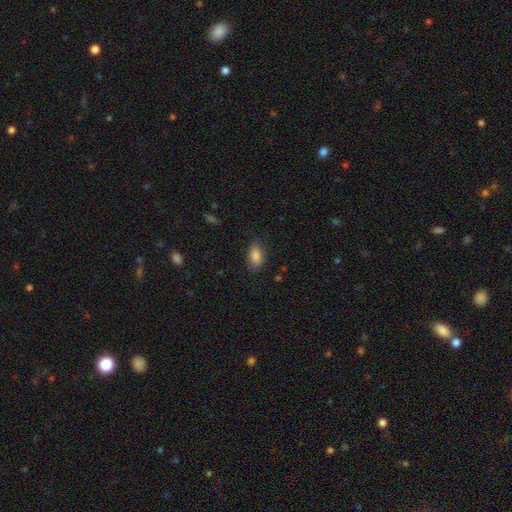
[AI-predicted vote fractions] Smooth or featured? smooth (84%)
How rounded? in between (89%)
Merging? none (78%)